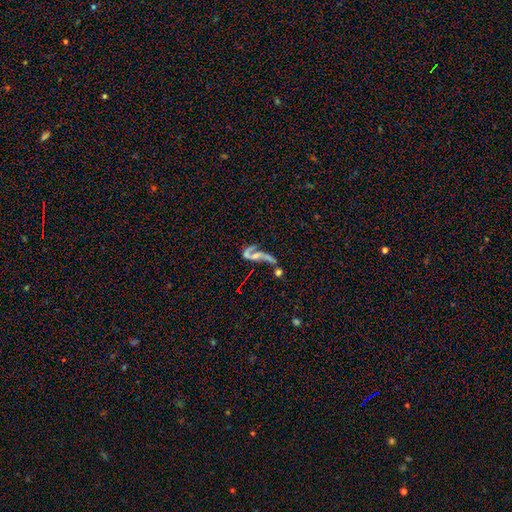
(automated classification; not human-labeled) smooth-or-featured: featured or disk: 66% | smooth: 20% | star or artifact: 14%
  disk-edge-on: no: 88% | yes: 12%
    bar: no: 57% | weak: 26% | strong: 16%
    has-spiral-arms: yes: 69% | no: 31%
    bulge-size: small: 41% | none: 31% | moderate: 22% | large: 4% | dominant: 2%
  merging: merger: 38% | major disturbance: 26% | none: 24% | minor disturbance: 12%